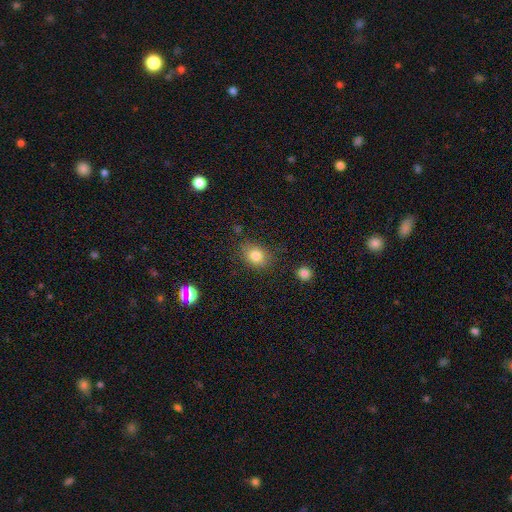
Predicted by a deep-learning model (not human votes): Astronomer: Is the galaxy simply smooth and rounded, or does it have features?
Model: smooth — 84%.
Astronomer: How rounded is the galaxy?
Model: in between — 55% (runner-up: round, 44%).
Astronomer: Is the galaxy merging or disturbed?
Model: none — 76%.